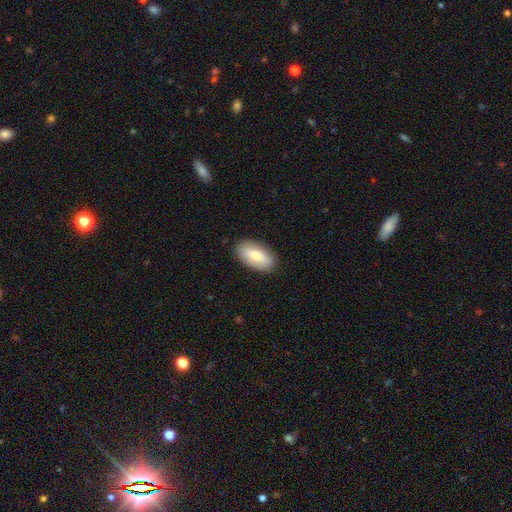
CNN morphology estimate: Smooth or featured? smooth (75%)
How rounded? in between (93%)
Merging? none (87%)